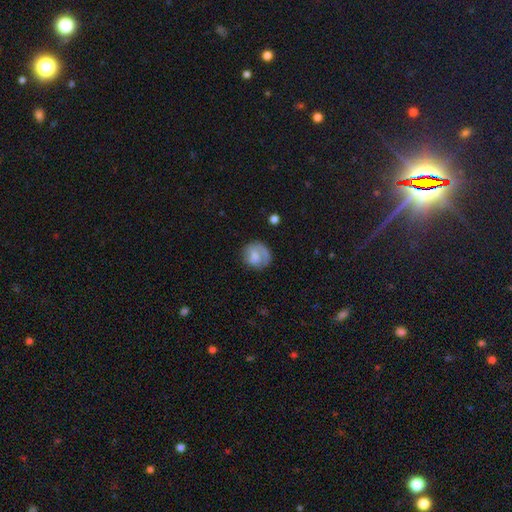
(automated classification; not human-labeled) Q: Smooth or featured?
A: smooth (56%); runner-up: featured or disk (36%)
Q: How rounded?
A: round (79%); runner-up: in between (20%)
Q: Merging?
A: none (67%); runner-up: minor disturbance (19%)